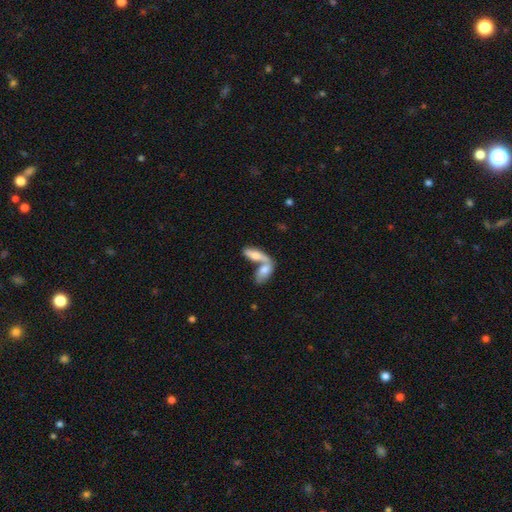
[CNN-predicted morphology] This is likely a smooth galaxy (63%). How rounded: likely in between (66%). Merging: likely merger (70%).